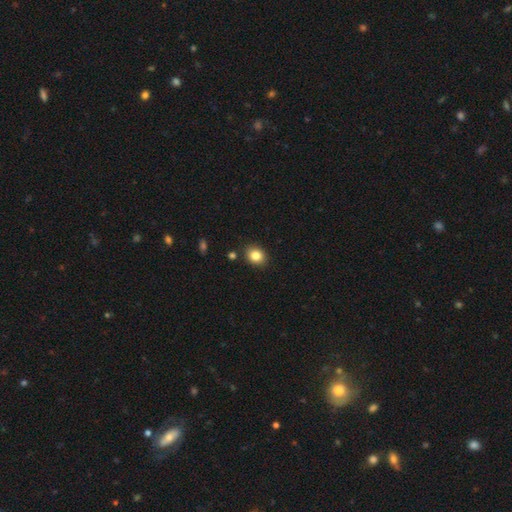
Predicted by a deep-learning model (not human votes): Smooth or featured? smooth (84%)
How rounded? in between (50%)
Merging? none (87%)